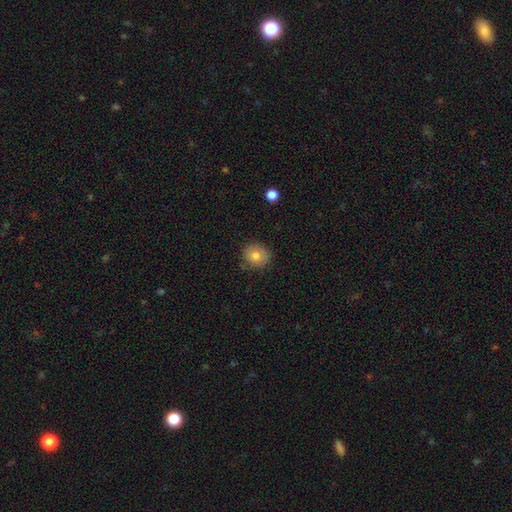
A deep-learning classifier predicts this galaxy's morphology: Smooth or featured?
  - smooth: 80% *
  - featured or disk: 11%
  - star or artifact: 9%
How rounded?
  - round: 80% *
  - in between: 19%
  - cigar-shaped: 1%
Merging?
  - none: 84% *
  - minor disturbance: 12%
  - major disturbance: 2%
  - merger: 2%